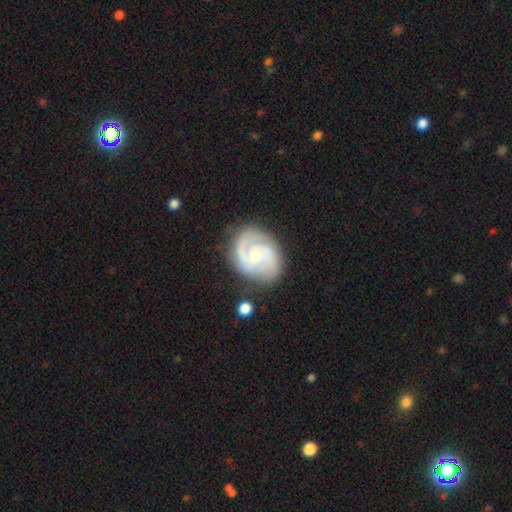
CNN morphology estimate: A featured or disk galaxy (86%) with no bar (56%), 2 (75%) tight (46%) spiral arms (97%) and a small central bulge (54%). Merging: none (76%).